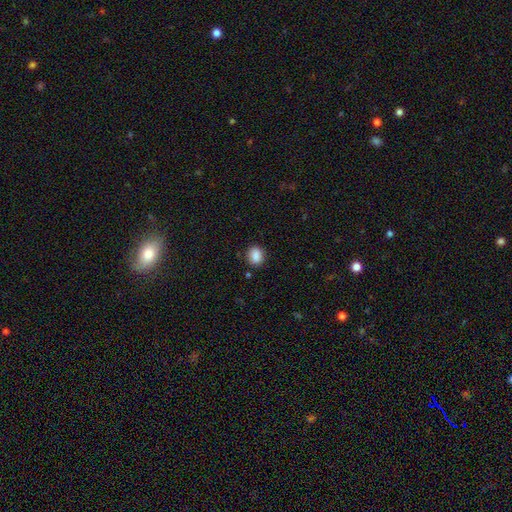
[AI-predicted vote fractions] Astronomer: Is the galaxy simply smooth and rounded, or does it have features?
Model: smooth — 87%.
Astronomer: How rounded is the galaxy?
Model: round — 52% (runner-up: in between, 47%).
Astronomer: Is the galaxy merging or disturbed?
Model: none — 85%.